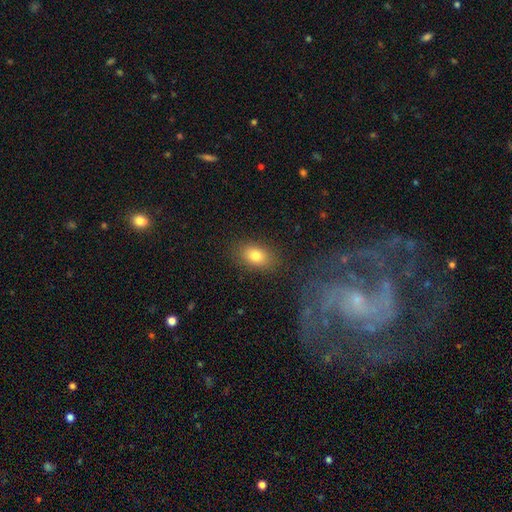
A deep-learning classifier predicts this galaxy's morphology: Smooth or featured: smooth — 80% (featured or disk — 10%)
How rounded: in between — 80% (round — 19%)
Merging: none — 84% (minor disturbance — 11%)